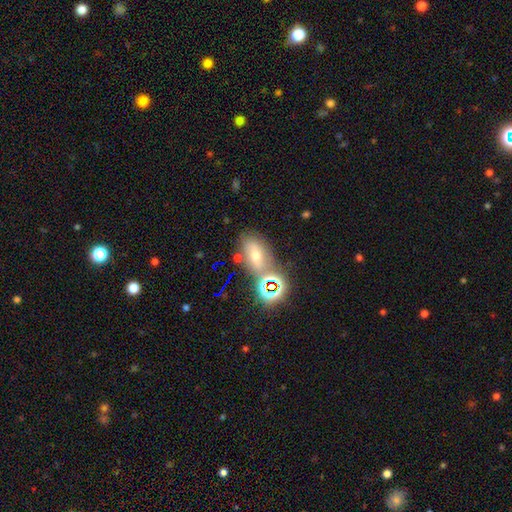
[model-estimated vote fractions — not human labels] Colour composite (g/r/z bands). It shows a star or artifact, not a galaxy (39%).